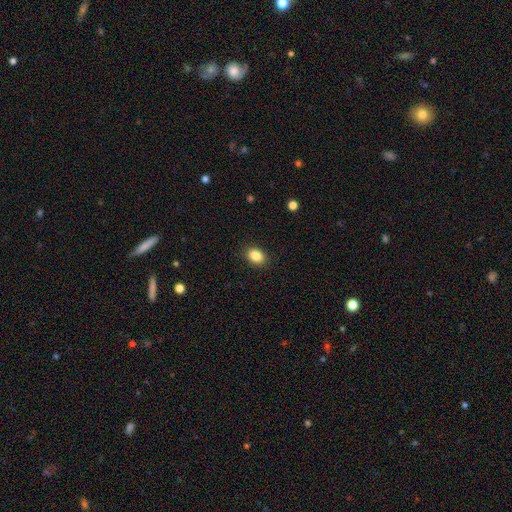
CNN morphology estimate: Q: Smooth or featured?
A: smooth (86%); runner-up: star or artifact (9%)
Q: How rounded?
A: in between (75%); runner-up: round (24%)
Q: Merging?
A: none (89%); runner-up: minor disturbance (8%)